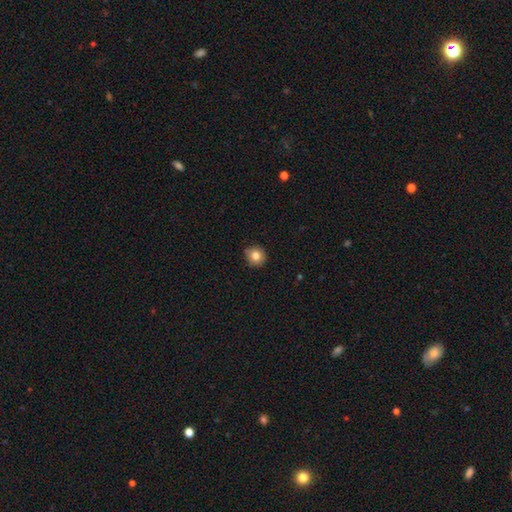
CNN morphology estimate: Smooth or featured? smooth (81%)
How rounded? round (92%)
Merging? none (86%)